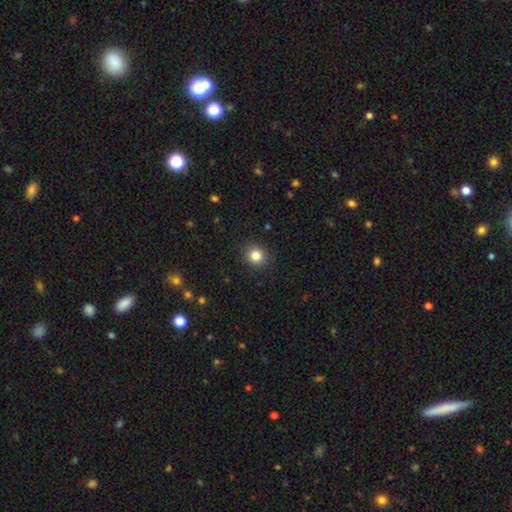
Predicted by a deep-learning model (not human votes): Smooth or featured? smooth (84%)
How rounded? round (86%)
Merging? none (91%)